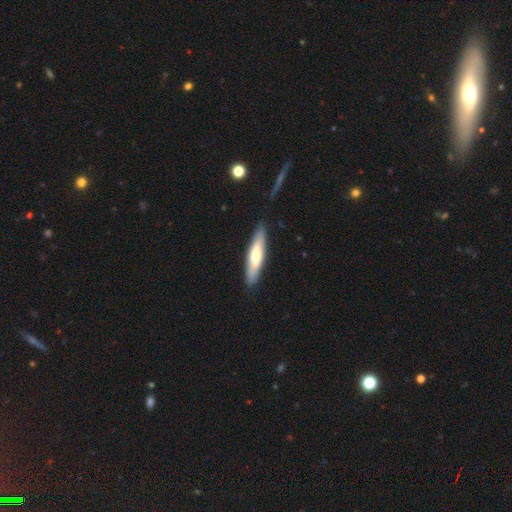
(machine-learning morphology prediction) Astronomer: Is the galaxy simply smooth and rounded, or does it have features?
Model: smooth — 56% (runner-up: featured or disk, 39%).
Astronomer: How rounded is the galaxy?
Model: cigar-shaped — 77%.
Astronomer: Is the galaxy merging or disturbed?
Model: none — 87%.